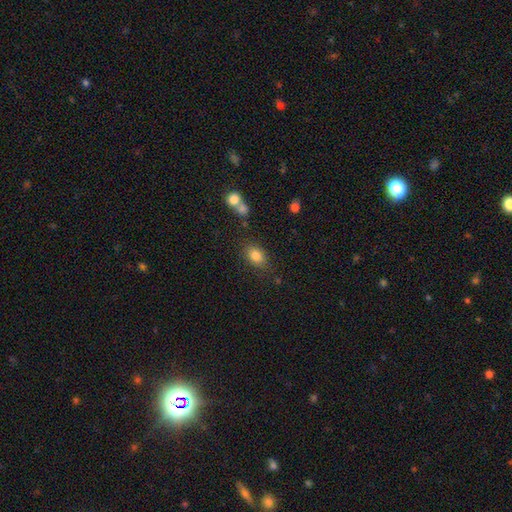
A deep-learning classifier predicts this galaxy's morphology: Smooth or featured? Predicted: smooth (p=0.82). How rounded? Predicted: in between (p=0.77). Merging? Predicted: none (p=0.77).